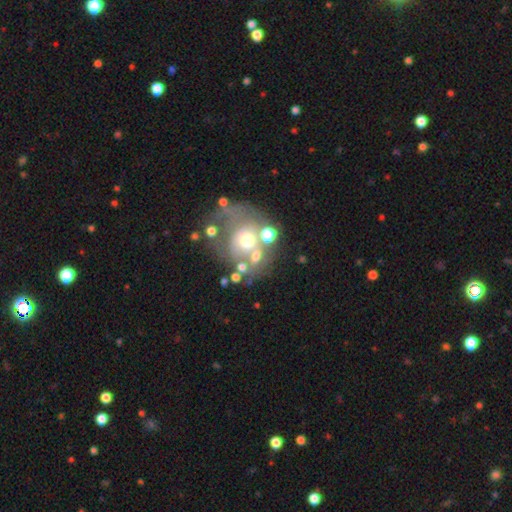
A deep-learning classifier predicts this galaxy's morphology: smooth 41%, featured or disk 39%, star or artifact 19%. Down the decision tree: merging — none (40%).